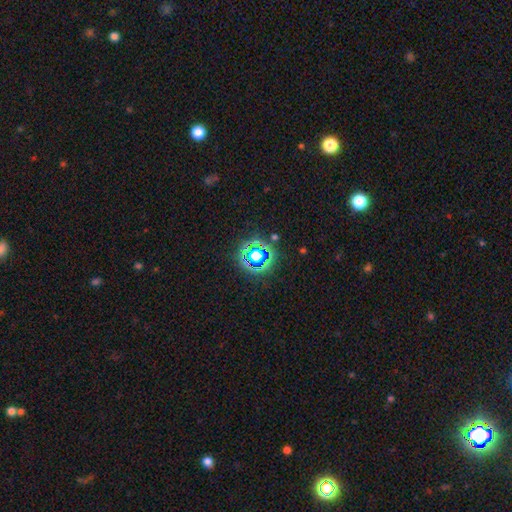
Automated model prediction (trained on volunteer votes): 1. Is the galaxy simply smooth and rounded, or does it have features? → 70% star or artifact, 19% smooth, 11% featured or disk.